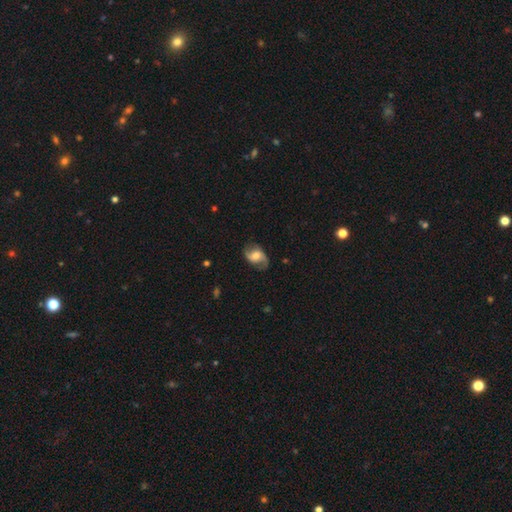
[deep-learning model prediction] smooth_or_featured: featured or disk (p=0.75) [alt: smooth p=0.18]
disk_edge_on: no (p=0.97) [alt: yes p=0.03]
bar: no (p=0.48) [alt: weak p=0.41]
has_spiral_arms: yes (p=0.94) [alt: no p=0.06]
spiral_winding: loose (p=0.51) [alt: medium p=0.37]
spiral_arm_count: 2 (p=0.90) [alt: can't tell p=0.04]
bulge_size: moderate (p=0.61) [alt: small p=0.23]
merging: none (p=0.77) [alt: minor disturbance p=0.16]